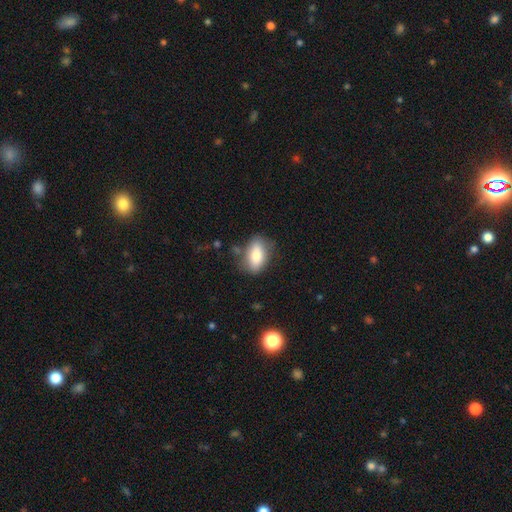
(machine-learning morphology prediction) Smooth or featured: smooth — 76% (featured or disk — 17%)
How rounded: in between — 87% (round — 9%)
Merging: none — 73% (minor disturbance — 18%)